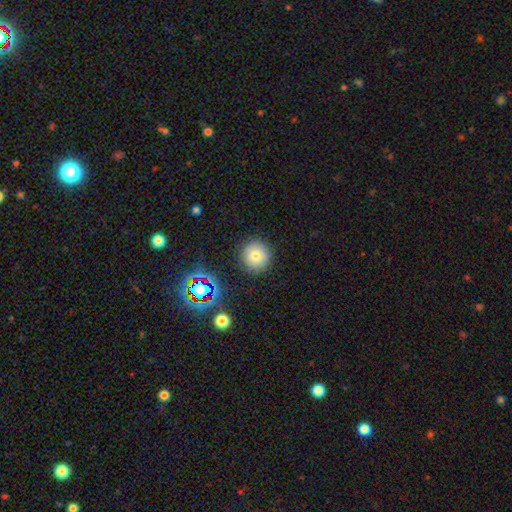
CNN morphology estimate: A smooth galaxy with no disk features (74%) that is round (93%). Merging: none (89%).